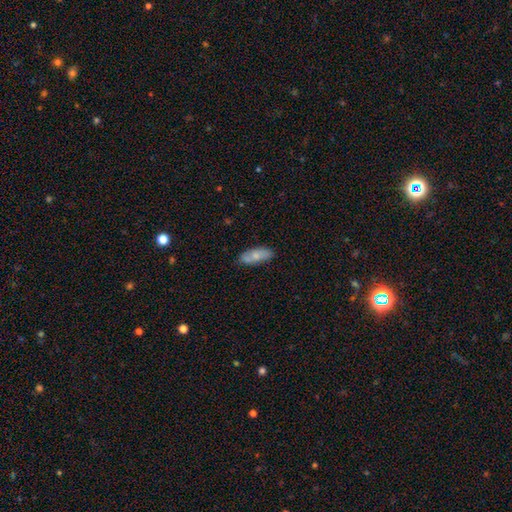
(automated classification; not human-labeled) Overall: smooth (74%). How rounded: in between (78%). Merging: none (75%).